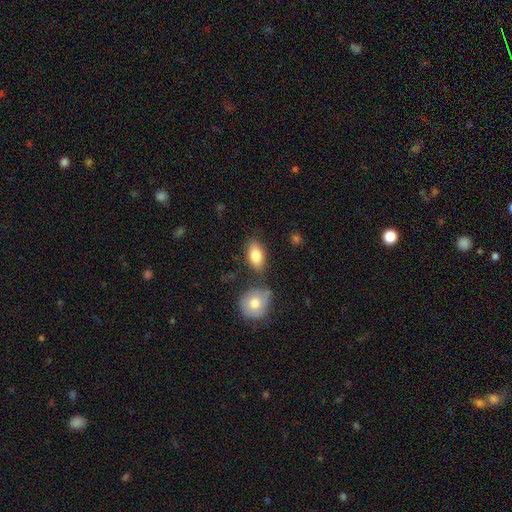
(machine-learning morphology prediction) smooth 81%, featured or disk 12%, star or artifact 7%. Down the decision tree: how rounded — in between (90%); merging — none (72%).